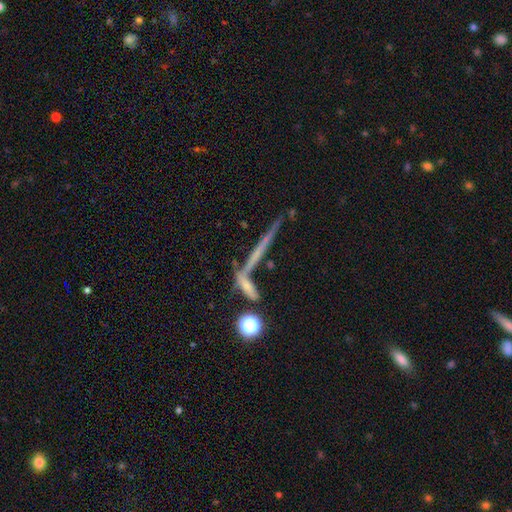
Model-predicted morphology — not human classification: This appears to be a featured or disk galaxy (52%) viewed edge-on (86%). Merging: none (54%).